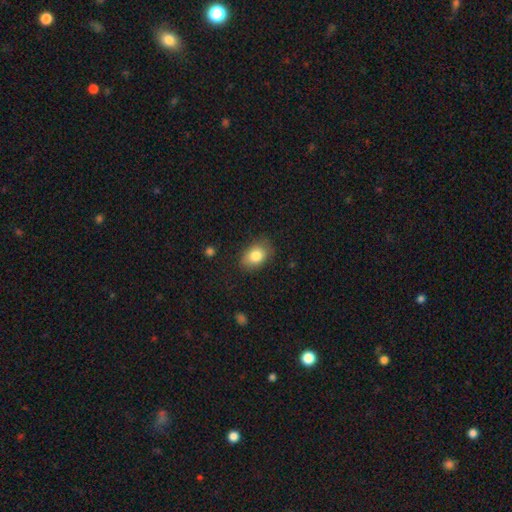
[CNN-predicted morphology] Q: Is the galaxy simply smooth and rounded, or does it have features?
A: smooth — 82%.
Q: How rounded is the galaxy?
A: in between — 77%.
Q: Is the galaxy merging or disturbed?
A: none — 79%.